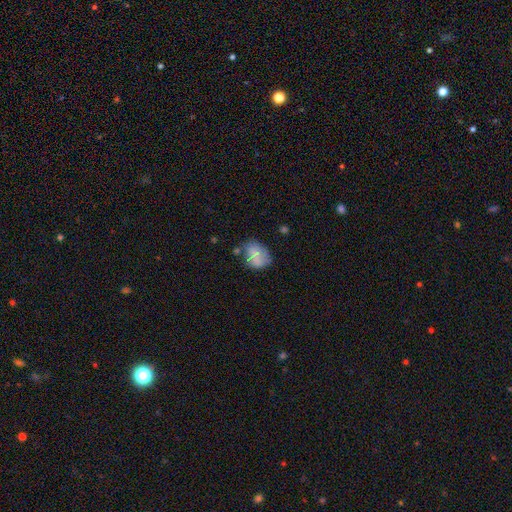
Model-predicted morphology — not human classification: This is likely a smooth galaxy (64%). How rounded: likely in between (63%). Merging: marginally none (45%).